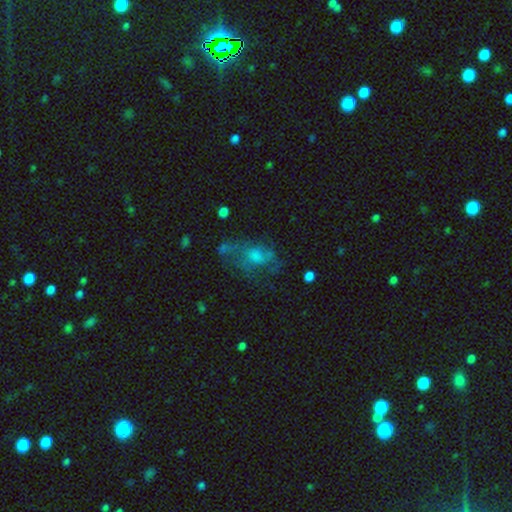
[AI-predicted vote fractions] Smooth or featured? featured or disk (44%)
Merging? none (42%)